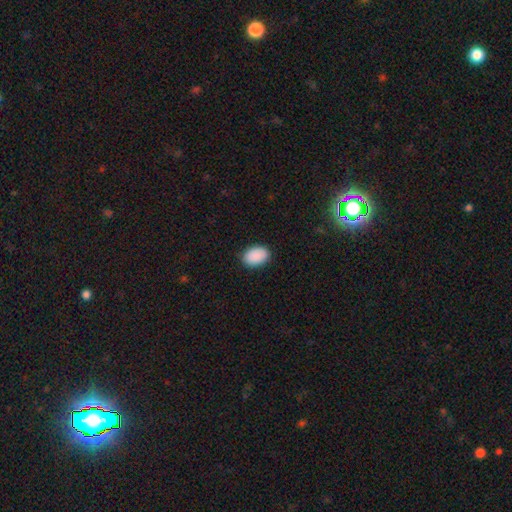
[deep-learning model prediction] Overall: smooth (91%). How rounded: in between (88%). Merging: none (88%).